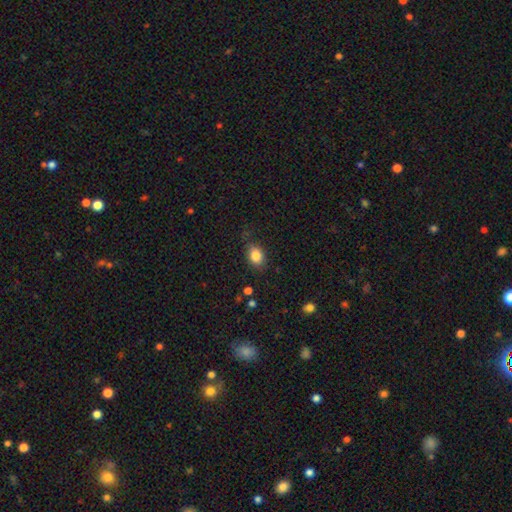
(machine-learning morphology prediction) Smooth or featured? Predicted: smooth (p=0.84). How rounded? Predicted: in between (p=0.64). Merging? Predicted: none (p=0.76).